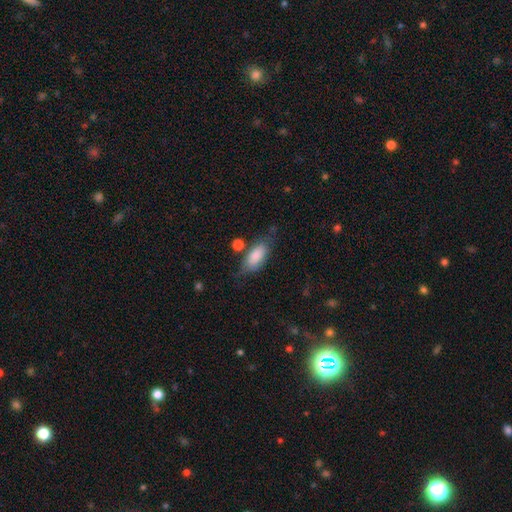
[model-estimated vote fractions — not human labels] Q: Smooth or featured?
A: smooth (83%); runner-up: featured or disk (11%)
Q: How rounded?
A: in between (83%); runner-up: cigar-shaped (14%)
Q: Merging?
A: none (59%); runner-up: minor disturbance (25%)